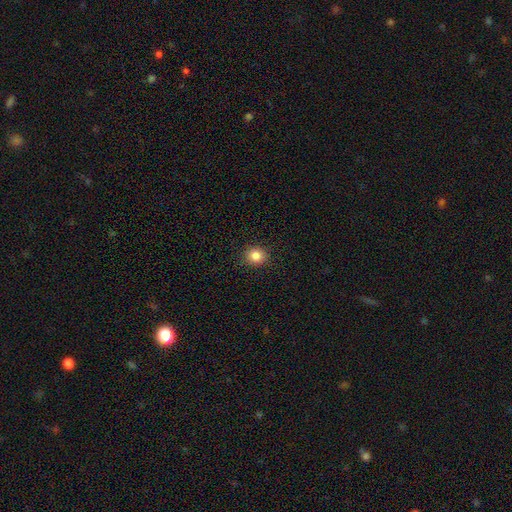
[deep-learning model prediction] A smooth galaxy with no disk features (85%) that is round (85%).

Vote fractions:
- Smooth or featured? smooth: 85% / star or artifact: 11% / featured or disk: 4%
- How rounded? round: 85% / in between: 14% / cigar-shaped: 1%
- Merging? none: 91% / minor disturbance: 6% / major disturbance: 2% / merger: 1%